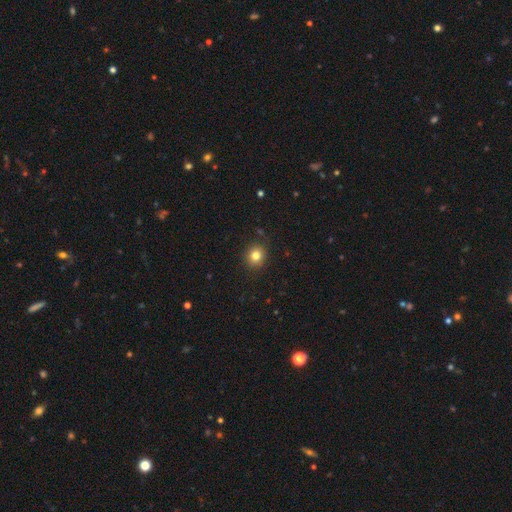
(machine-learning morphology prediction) This appears to be a smooth galaxy with no disk features (81%) that is round (84%). Merging: none (90%).